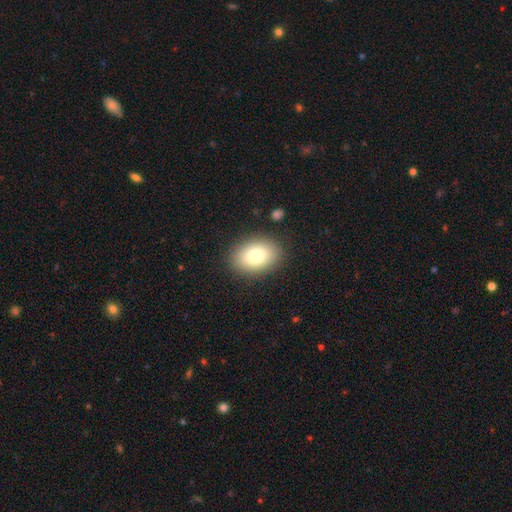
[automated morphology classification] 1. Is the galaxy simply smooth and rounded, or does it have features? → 81% smooth, 11% featured or disk, 8% star or artifact.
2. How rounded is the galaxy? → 83% in between, 16% round, 1% cigar-shaped.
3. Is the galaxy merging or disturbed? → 86% none, 9% minor disturbance, 3% major disturbance, 1% merger.